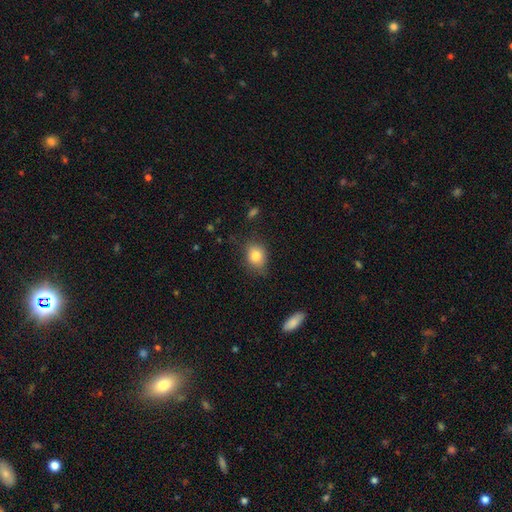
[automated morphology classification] type=smooth (81%); roundness=in between (52%); merging=none (72%).